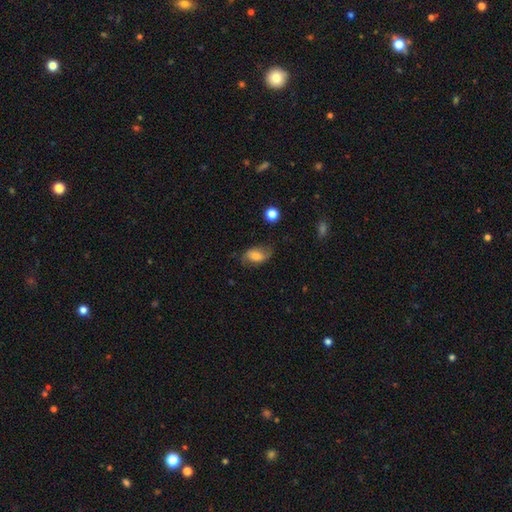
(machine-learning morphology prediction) smooth_or_featured: smooth (p=0.62) [alt: featured or disk p=0.28]
how_rounded: in between (p=0.86) [alt: round p=0.11]
merging: none (p=0.63) [alt: minor disturbance p=0.25]